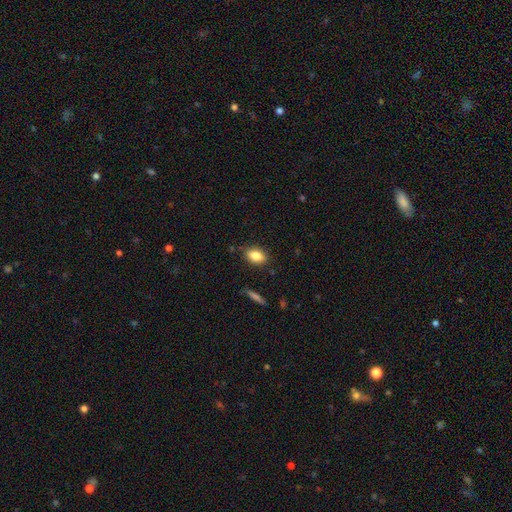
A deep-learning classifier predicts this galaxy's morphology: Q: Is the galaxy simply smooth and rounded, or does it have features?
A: smooth — 83%.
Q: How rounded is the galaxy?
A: in between — 85%.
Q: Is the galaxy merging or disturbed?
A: none — 84%.